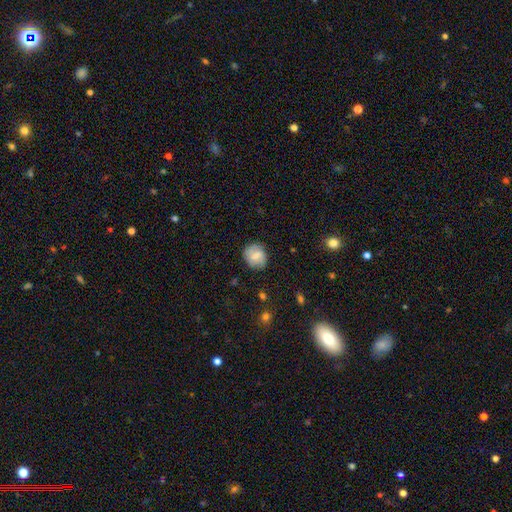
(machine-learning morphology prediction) A smooth galaxy with no disk features (63%) that is round (70%).

Vote fractions:
- Smooth or featured? smooth: 63% / featured or disk: 29% / star or artifact: 8%
- How rounded? round: 70% / in between: 28% / cigar-shaped: 1%
- Merging? none: 77% / minor disturbance: 16% / major disturbance: 5% / merger: 1%